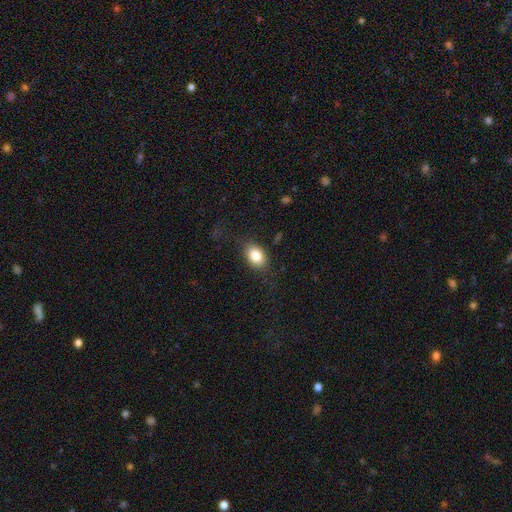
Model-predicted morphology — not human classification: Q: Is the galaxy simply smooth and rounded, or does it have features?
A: smooth — 82%.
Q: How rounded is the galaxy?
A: in between — 75%.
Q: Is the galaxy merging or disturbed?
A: none — 77%.